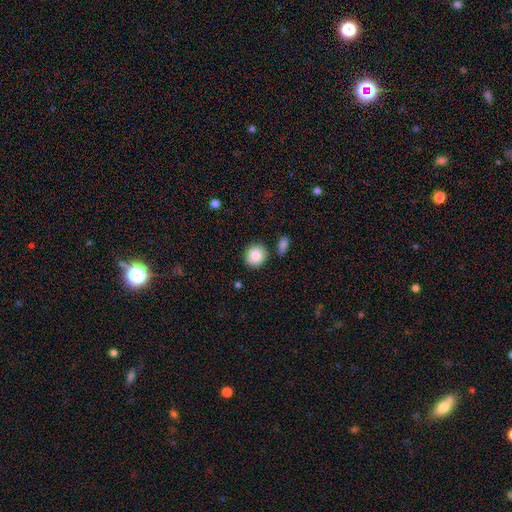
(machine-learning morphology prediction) This is clearly a smooth galaxy (85%). How rounded: clearly round (84%). Merging: clearly none (82%).